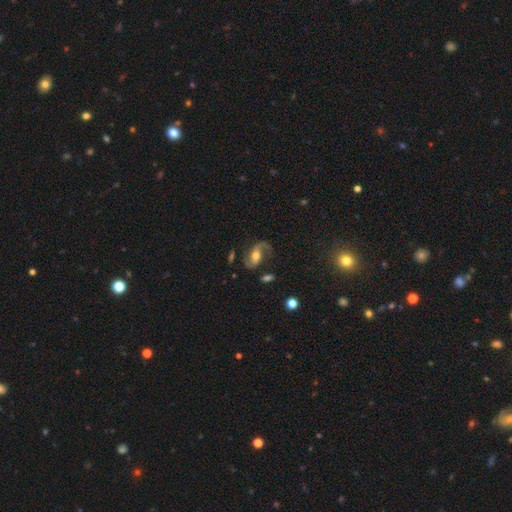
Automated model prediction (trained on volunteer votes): This appears to be a featured or disk galaxy (80%) with no bar (45%), 2 (82%) loose (53%) spiral arms (94%) and a moderate central bulge (67%). Merging: none (65%).